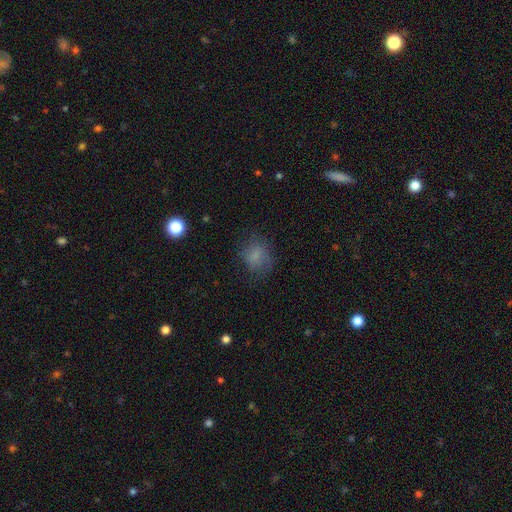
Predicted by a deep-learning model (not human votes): Morphology: type=smooth (75%); roundness=round (59%); merging=none (66%).